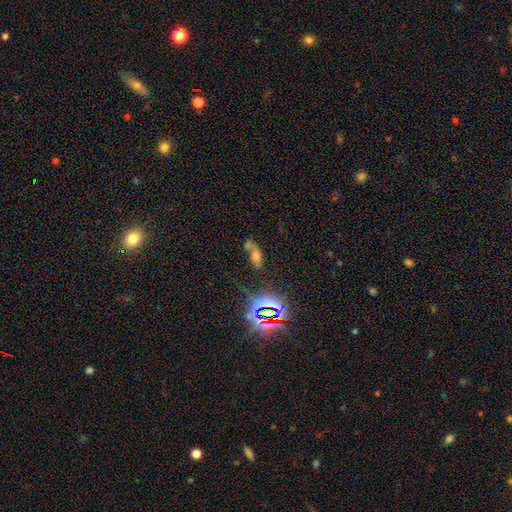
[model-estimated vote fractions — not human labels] Smooth or featured? Predicted: smooth (p=0.39). Merging? Predicted: none (p=0.34).